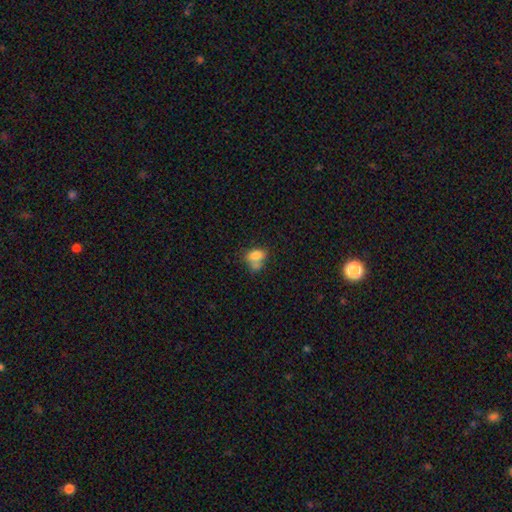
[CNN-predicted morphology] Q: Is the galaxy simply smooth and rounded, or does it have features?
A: smooth — 78%.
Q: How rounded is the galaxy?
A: in between — 80%.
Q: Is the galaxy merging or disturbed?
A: merger — 43%.